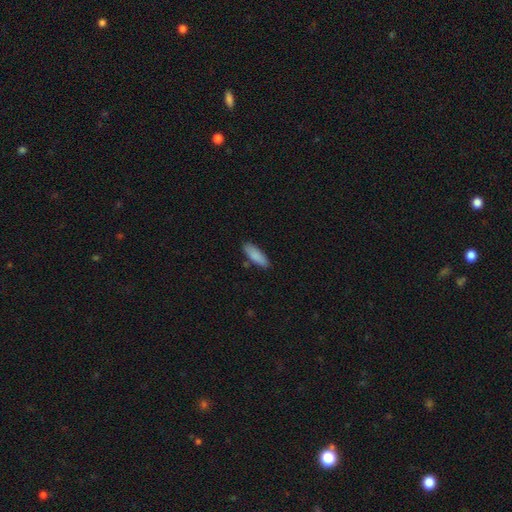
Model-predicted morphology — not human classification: Smooth or featured?
  - smooth: 87% *
  - featured or disk: 7%
  - star or artifact: 6%
How rounded?
  - in between: 58% *
  - cigar-shaped: 41%
  - round: 2%
Merging?
  - none: 83% *
  - minor disturbance: 12%
  - merger: 3%
  - major disturbance: 2%